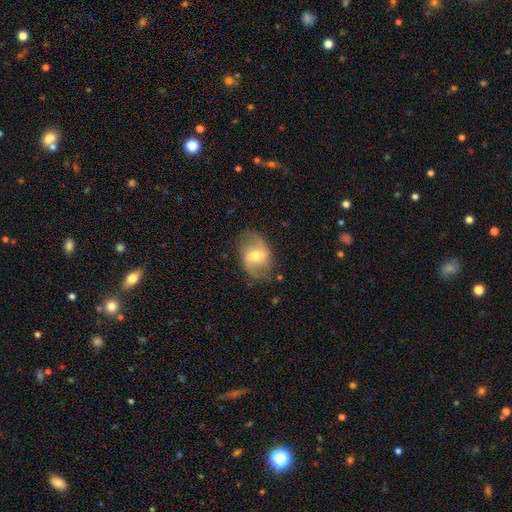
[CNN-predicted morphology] smooth-or-featured: featured or disk: 67% | smooth: 26% | star or artifact: 7%
  disk-edge-on: no: 96% | yes: 4%
    bar: weak: 49% | no: 29% | strong: 22%
    has-spiral-arms: yes: 84% | no: 16%
      spiral-winding: loose: 58% | medium: 31% | tight: 10%
      spiral-arm-count: 2: 89% | can't tell: 6% | 1: 3% | 3: 1% | 4: 1% | more than 4: 1%
    bulge-size: moderate: 60% | small: 34% | large: 4% | none: 1% | dominant: 1%
  merging: none: 78% | minor disturbance: 15% | major disturbance: 6% | merger: 1%